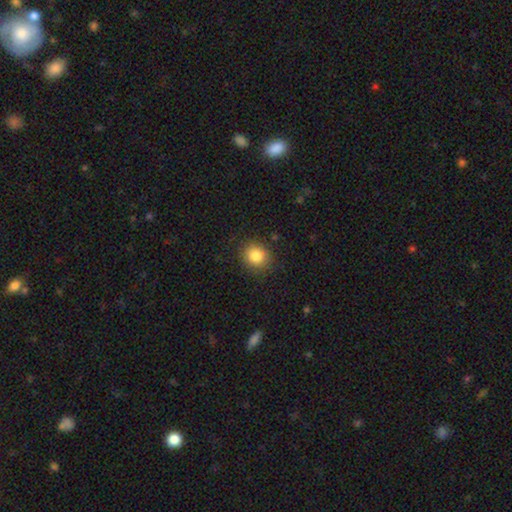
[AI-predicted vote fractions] The model was most divided on "how rounded": round: 81%, in between: 18%, cigar-shaped: 1%. More confident: merging — none (87%); smooth or featured — smooth (84%).